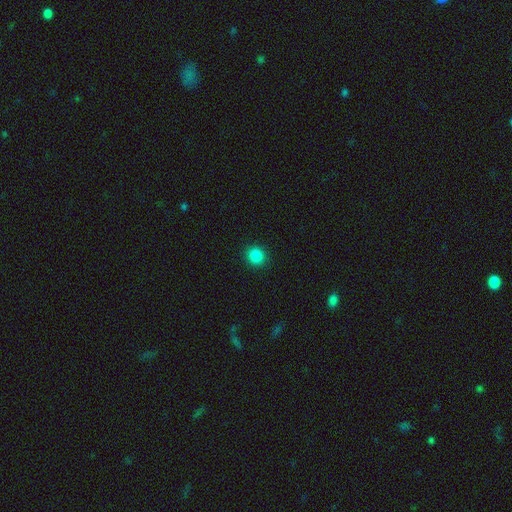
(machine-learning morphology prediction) Smooth or featured: smooth — 86% (star or artifact — 11%)
How rounded: round — 89% (in between — 10%)
Merging: none — 92% (minor disturbance — 5%)